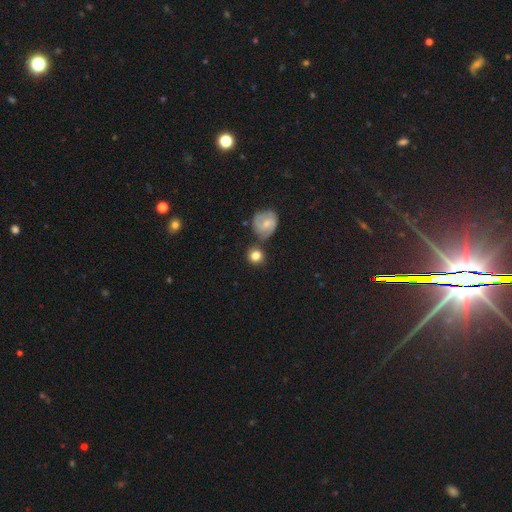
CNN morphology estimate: The model was most divided on "merging": none: 71%, merger: 13%, minor disturbance: 12%, major disturbance: 4%. More confident: how rounded — round (89%); smooth or featured — smooth (77%).